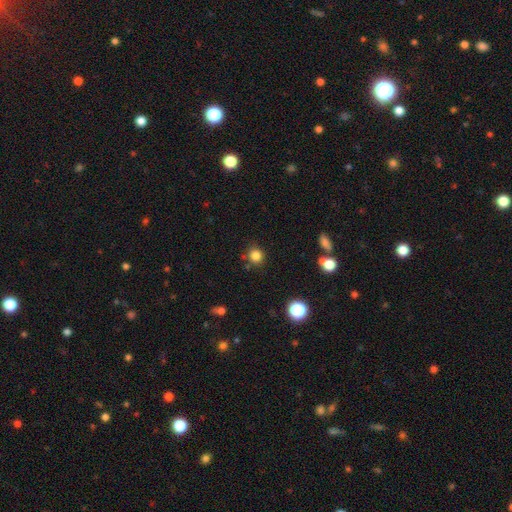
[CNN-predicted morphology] smooth 82%, star or artifact 13%, featured or disk 5%. Down the decision tree: how rounded — round (88%); merging — none (81%).